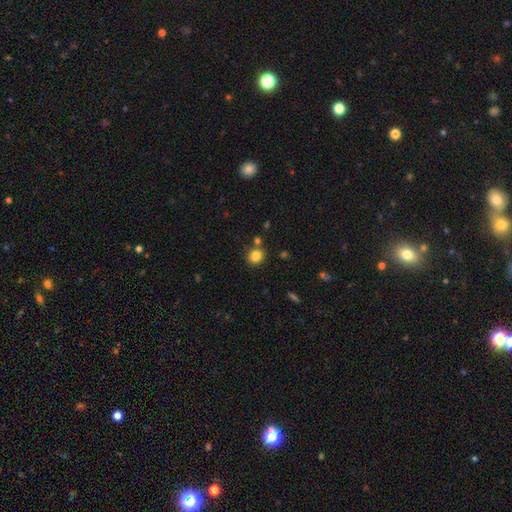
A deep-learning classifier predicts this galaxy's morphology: Smooth or featured? Predicted: smooth (p=0.83). How rounded? Predicted: round (p=0.76). Merging? Predicted: none (p=0.78).